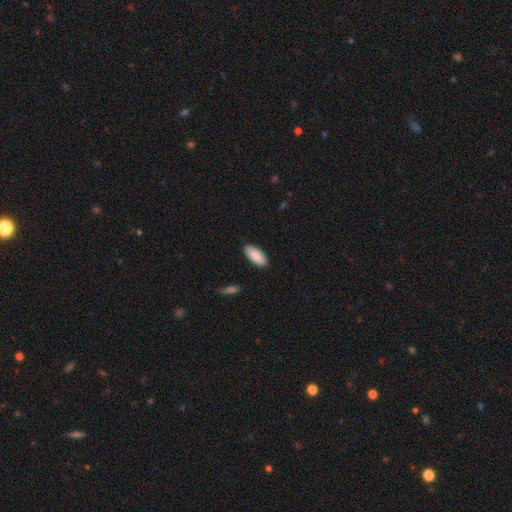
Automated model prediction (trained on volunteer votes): Q: Smooth or featured?
A: smooth (90%); runner-up: star or artifact (6%)
Q: How rounded?
A: in between (87%); runner-up: cigar-shaped (12%)
Q: Merging?
A: none (88%); runner-up: minor disturbance (8%)